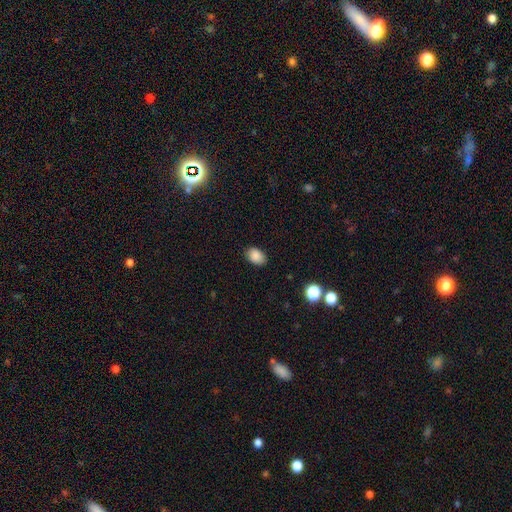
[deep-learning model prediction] Q: Smooth or featured?
A: smooth (88%); runner-up: star or artifact (9%)
Q: How rounded?
A: in between (79%); runner-up: round (20%)
Q: Merging?
A: none (86%); runner-up: minor disturbance (10%)